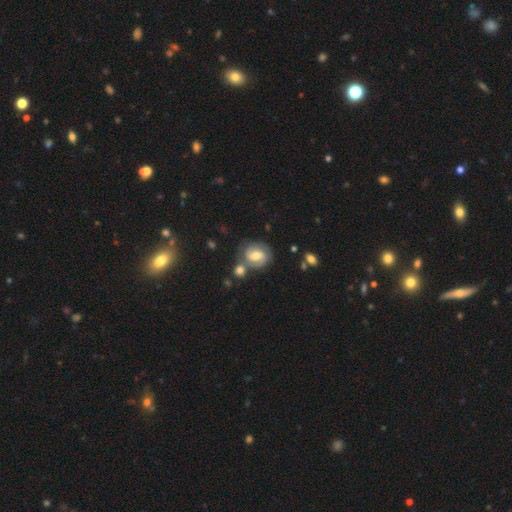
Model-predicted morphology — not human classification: This appears to be a featured or disk galaxy (67%) with a weak bar (52%), 2 (82%) medium (45%) spiral arms (89%) and a moderate central bulge (67%). Merging: none (62%).